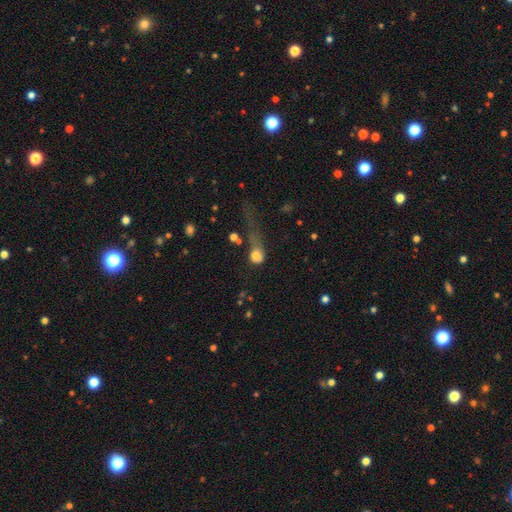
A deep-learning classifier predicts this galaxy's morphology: type=smooth (72%); roundness=in between (48%); merging=major disturbance (56%).